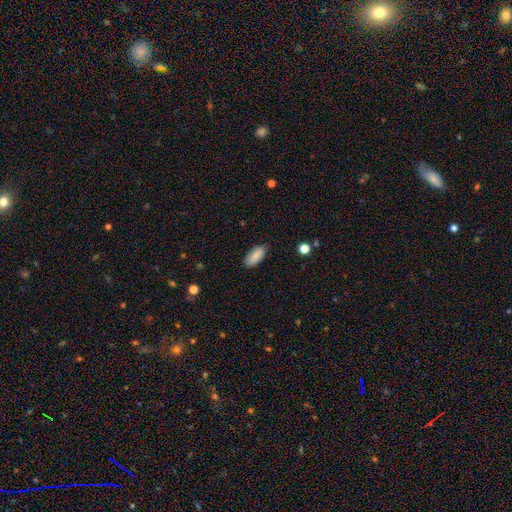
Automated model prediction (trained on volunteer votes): A smooth galaxy with no disk features (88%) that is in between round and cigar-shaped (85%).

Vote fractions:
- Smooth or featured? smooth: 88% / star or artifact: 7% / featured or disk: 5%
- How rounded? in between: 85% / cigar-shaped: 13% / round: 2%
- Merging? none: 86% / minor disturbance: 11% / major disturbance: 2% / merger: 1%